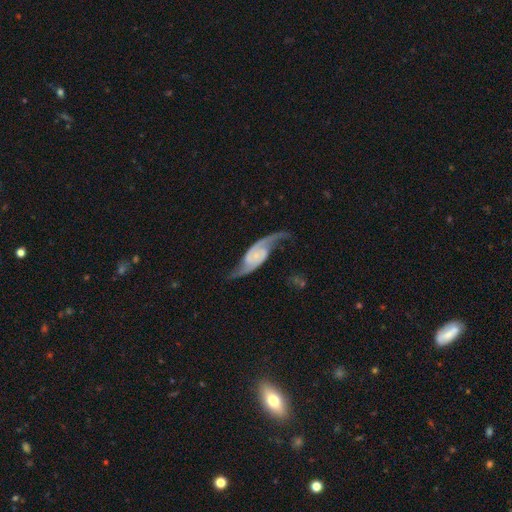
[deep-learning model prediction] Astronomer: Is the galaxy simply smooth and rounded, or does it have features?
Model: featured or disk — 90%.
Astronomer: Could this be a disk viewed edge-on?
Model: no — 95%.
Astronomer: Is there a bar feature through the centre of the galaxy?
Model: no — 59%.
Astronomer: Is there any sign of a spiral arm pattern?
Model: yes — 97%.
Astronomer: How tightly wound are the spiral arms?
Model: loose — 58%.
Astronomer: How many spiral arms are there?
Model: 2 — 94%.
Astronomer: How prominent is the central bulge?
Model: small — 59%.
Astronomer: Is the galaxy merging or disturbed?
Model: none — 67%.